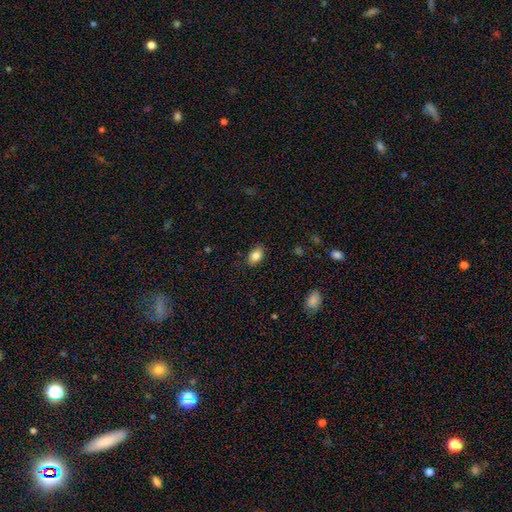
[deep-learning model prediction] smooth_or_featured: smooth (p=0.85) [alt: star or artifact p=0.08]
how_rounded: in between (p=0.87) [alt: round p=0.11]
merging: none (p=0.84) [alt: minor disturbance p=0.13]